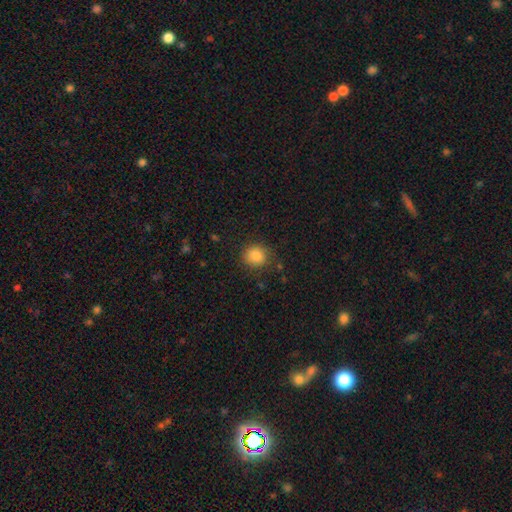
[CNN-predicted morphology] Smooth or featured: smooth — 85% (star or artifact — 10%)
How rounded: round — 83% (in between — 16%)
Merging: none — 82% (minor disturbance — 13%)